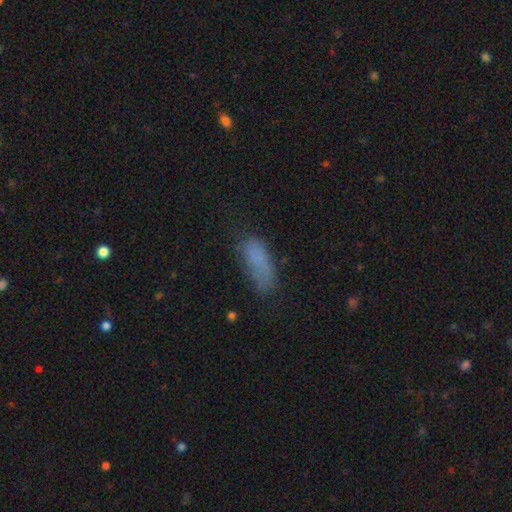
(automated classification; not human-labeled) Smooth or featured: smooth — 75% (star or artifact — 13%)
How rounded: in between — 71% (cigar-shaped — 26%)
Merging: none — 51% (minor disturbance — 29%)